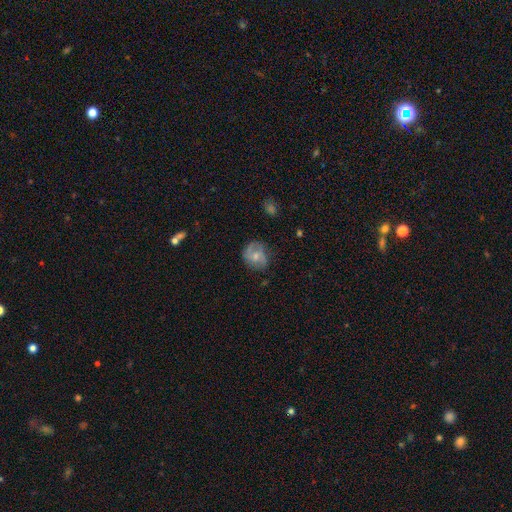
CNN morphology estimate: This is possibly a featured or disk galaxy (50%). Merging: likely none (64%).